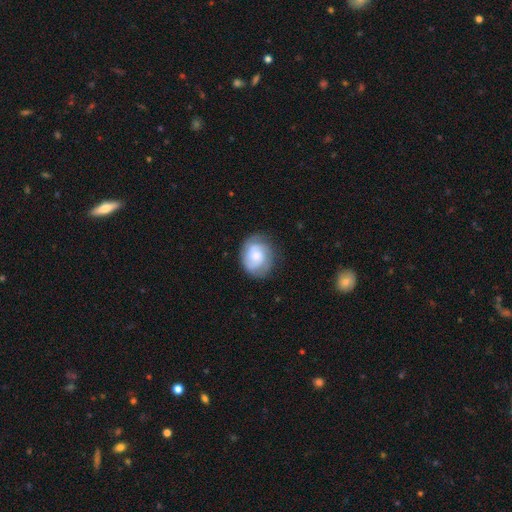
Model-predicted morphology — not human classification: Smooth or featured?
  - featured or disk: 61% *
  - smooth: 32%
  - star or artifact: 7%
Edge-on disk?
  - no: 98% *
  - yes: 2%
Bar?
  - no: 69% *
  - weak: 27%
  - strong: 4%
Spiral arms?
  - yes: 92% *
  - no: 8%
Spiral winding?
  - tight: 48% *
  - medium: 40%
  - loose: 12%
Spiral arm count?
  - 2: 40% *
  - 3: 24%
  - can't tell: 23%
  - 1: 6%
  - 4: 4%
  - more than 4: 4%
Bulge size?
  - moderate: 37% * (tied)
  - small: 37% * (tied)
  - large: 15%
  - none: 9%
  - dominant: 3%
Merging?
  - none: 75% *
  - minor disturbance: 17%
  - major disturbance: 7%
  - merger: 1%